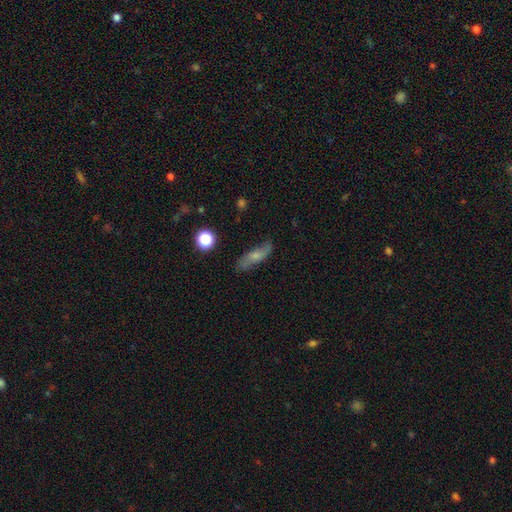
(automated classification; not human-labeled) This is possibly a smooth galaxy (52%). How rounded: possibly cigar-shaped (49%). Merging: likely none (75%).